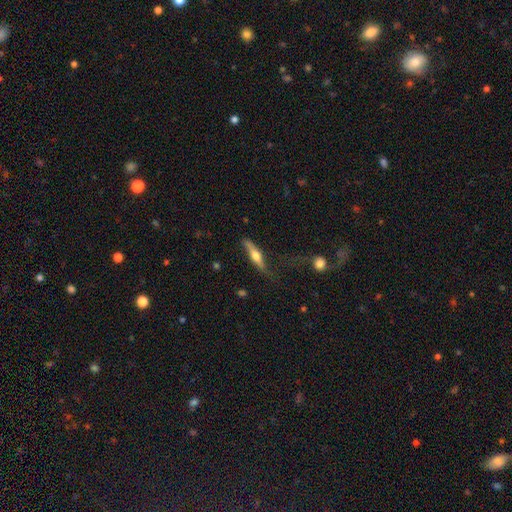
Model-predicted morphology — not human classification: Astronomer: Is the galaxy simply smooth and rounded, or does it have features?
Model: featured or disk — 54% (runner-up: smooth, 41%).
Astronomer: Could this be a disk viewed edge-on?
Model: yes — 88%.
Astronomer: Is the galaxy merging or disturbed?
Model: none — 60%.